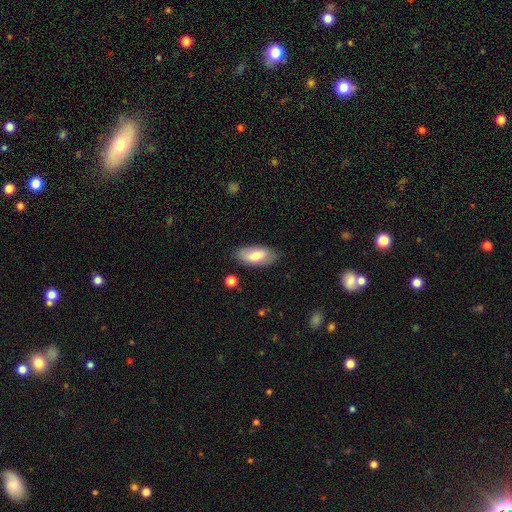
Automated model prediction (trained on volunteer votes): The model was most divided on "smooth or featured": smooth: 76%, featured or disk: 18%, star or artifact: 6%. More confident: how rounded — in between (89%); merging — none (80%).